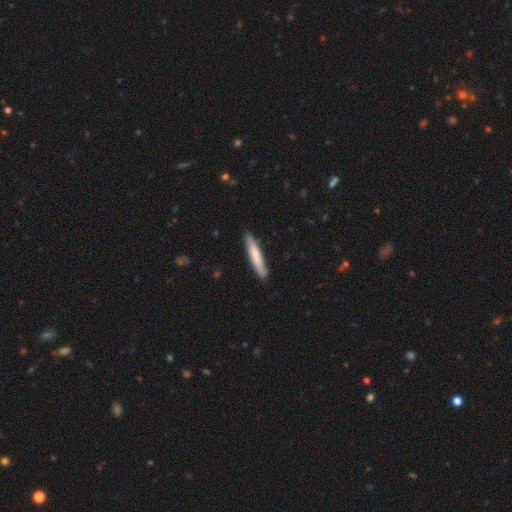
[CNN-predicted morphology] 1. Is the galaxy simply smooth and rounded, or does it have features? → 73% smooth, 22% featured or disk, 5% star or artifact.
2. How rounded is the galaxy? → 92% cigar-shaped, 7% in between, 1% round.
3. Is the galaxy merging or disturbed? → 86% none, 11% minor disturbance, 2% major disturbance, 1% merger.